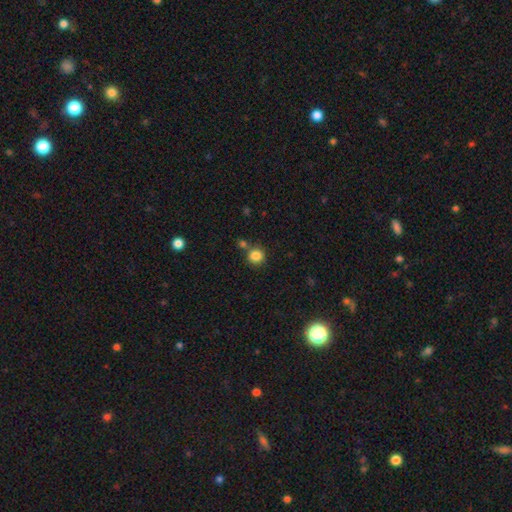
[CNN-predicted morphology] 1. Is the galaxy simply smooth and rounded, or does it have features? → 85% smooth, 11% star or artifact, 4% featured or disk.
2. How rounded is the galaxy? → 90% round, 9% in between, 1% cigar-shaped.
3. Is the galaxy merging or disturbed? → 71% none, 16% merger, 10% minor disturbance, 3% major disturbance.